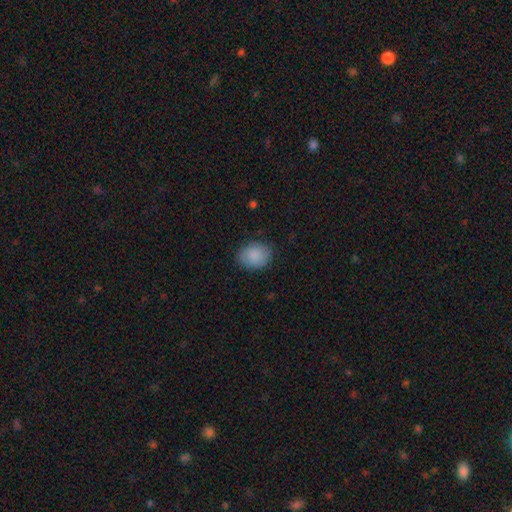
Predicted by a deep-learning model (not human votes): Smooth or featured?
  - smooth: 88% *
  - star or artifact: 7%
  - featured or disk: 5%
How rounded?
  - in between: 57% *
  - round: 43%
  - cigar-shaped: 1%
Merging?
  - none: 83% *
  - minor disturbance: 13%
  - major disturbance: 3%
  - merger: 1%